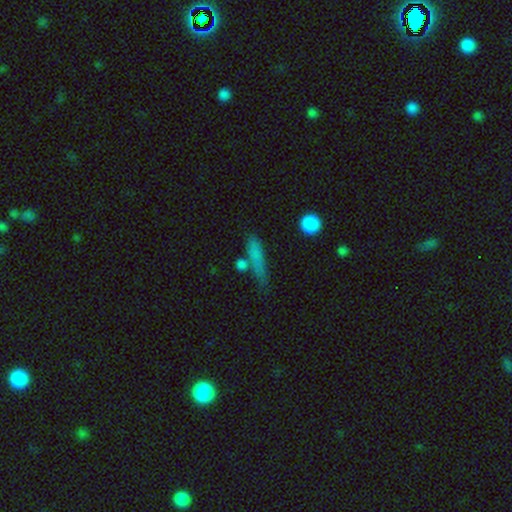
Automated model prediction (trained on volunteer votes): Overall: smooth (71%). How rounded: cigar-shaped (74%). Merging: none (62%).